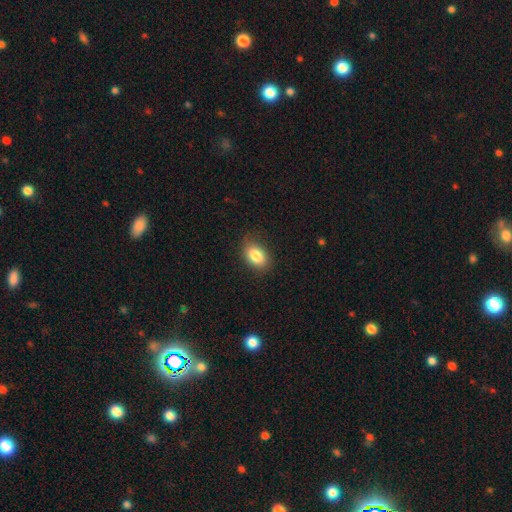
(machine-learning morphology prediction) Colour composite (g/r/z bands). It shows a smooth galaxy with no disk features (84%) that is in between round and cigar-shaped (82%). Merging: none (81%).